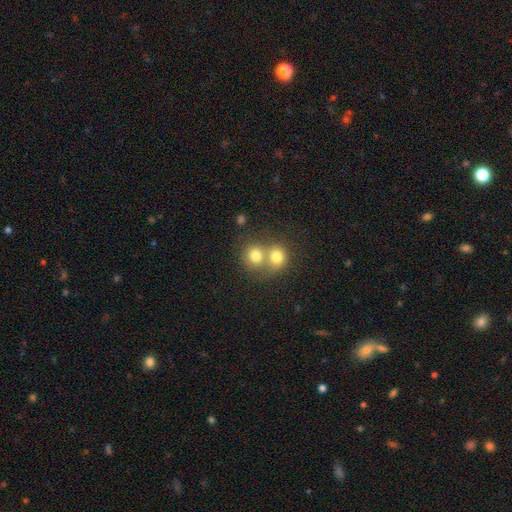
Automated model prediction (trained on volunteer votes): A smooth galaxy with no disk features (76%) that is round (81%). Merging: merger (58%).